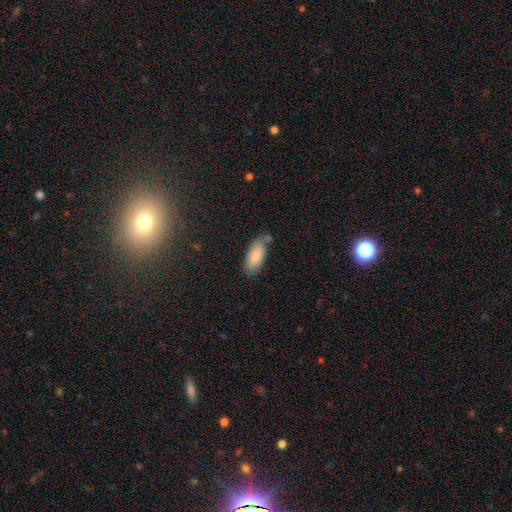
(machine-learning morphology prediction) The model was most divided on "merging": none: 59%, minor disturbance: 25%, merger: 9%, major disturbance: 6%. More confident: how rounded — in between (84%); smooth or featured — smooth (83%).